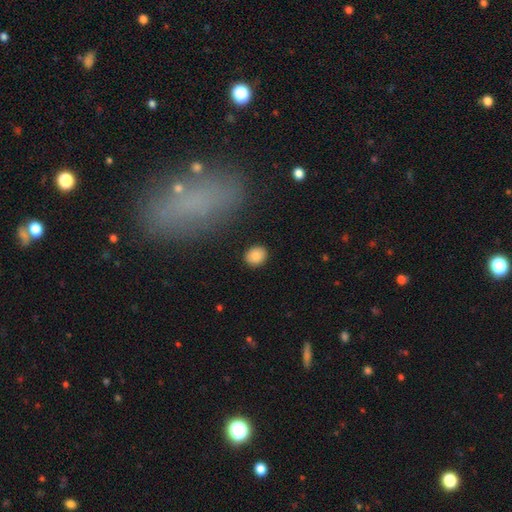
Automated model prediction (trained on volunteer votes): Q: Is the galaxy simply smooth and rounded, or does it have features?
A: smooth — 84%.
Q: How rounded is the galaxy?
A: round — 70%.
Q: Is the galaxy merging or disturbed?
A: none — 89%.